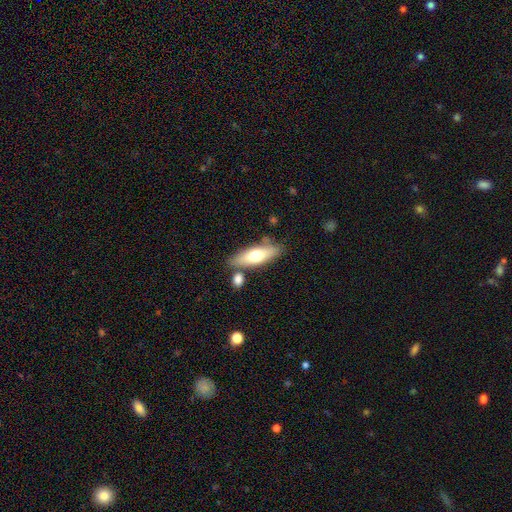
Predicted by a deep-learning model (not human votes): Overall: smooth (60%; featured or disk 35%). How rounded: in between (55%; cigar-shaped 43%). Merging: none (73%).